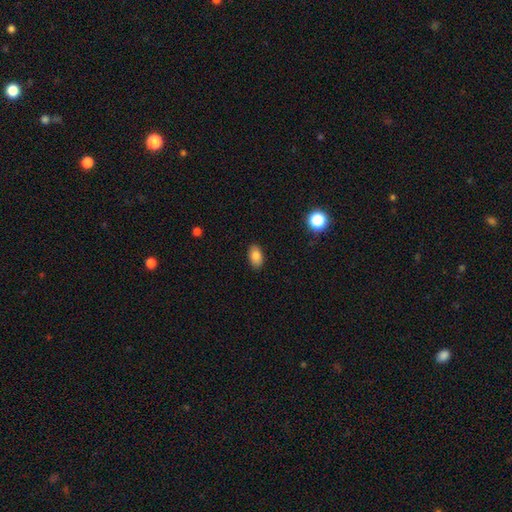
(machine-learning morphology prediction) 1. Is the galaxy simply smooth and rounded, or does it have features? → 83% smooth, 9% star or artifact, 8% featured or disk.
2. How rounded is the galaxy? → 91% in between, 8% round, 2% cigar-shaped.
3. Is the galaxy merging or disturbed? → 88% none, 9% minor disturbance, 2% major disturbance, 1% merger.